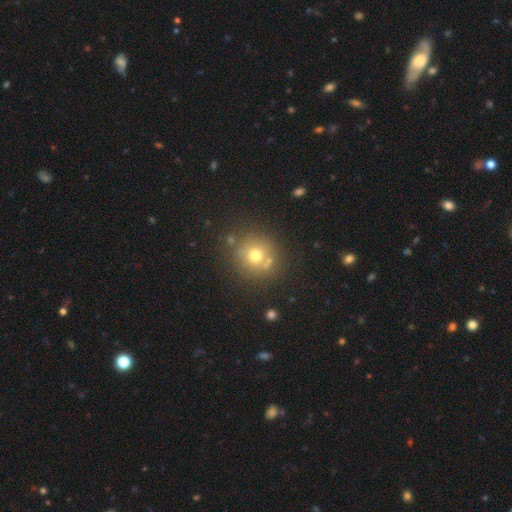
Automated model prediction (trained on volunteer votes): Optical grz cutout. It shows a smooth galaxy with no disk features (67%) that is round (91%). Merging: none (75%).